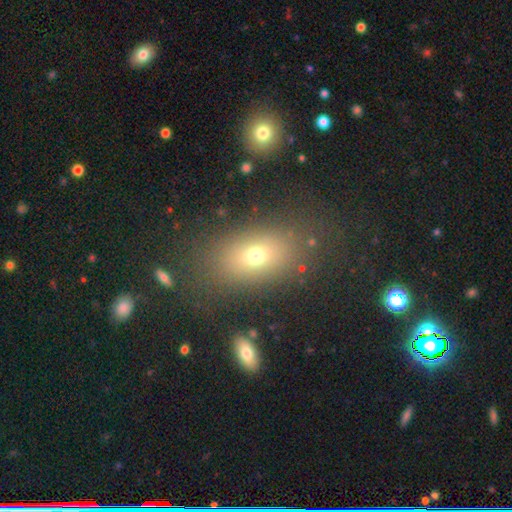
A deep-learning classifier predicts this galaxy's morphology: Smooth or featured? Predicted: smooth (p=0.67). How rounded? Predicted: in between (p=0.77). Merging? Predicted: none (p=0.78).